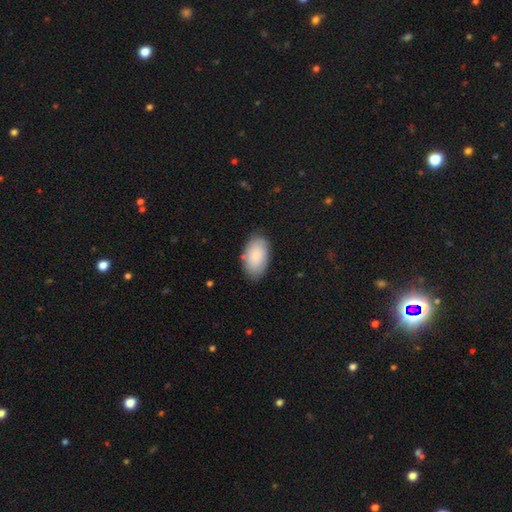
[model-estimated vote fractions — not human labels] smooth_or_featured: smooth (p=0.83) [alt: featured or disk p=0.11]
how_rounded: in between (p=0.95) [alt: round p=0.04]
merging: none (p=0.81) [alt: minor disturbance p=0.14]